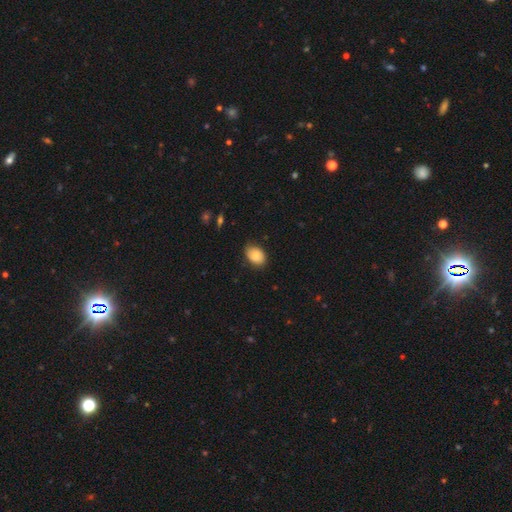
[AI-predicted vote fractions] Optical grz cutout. It shows a smooth galaxy with no disk features (85%) that is in between round and cigar-shaped (77%). Merging: none (78%).